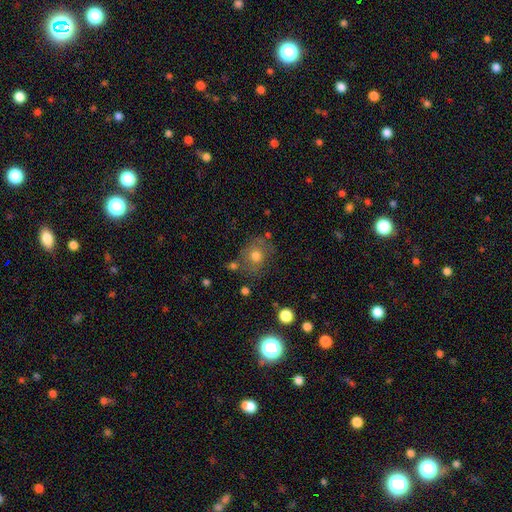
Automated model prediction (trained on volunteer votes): This is likely a smooth galaxy (68%). How rounded: likely round (70%). Merging: likely none (71%).